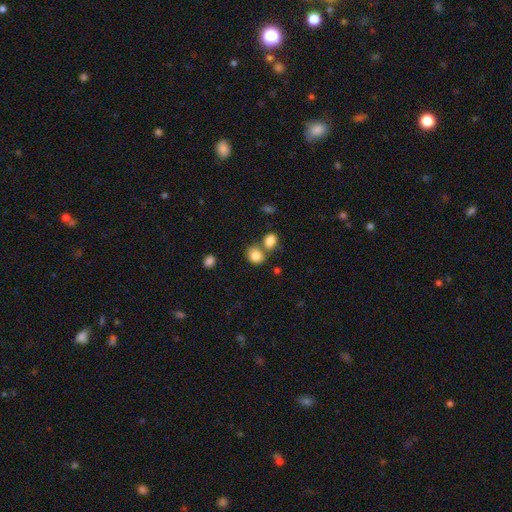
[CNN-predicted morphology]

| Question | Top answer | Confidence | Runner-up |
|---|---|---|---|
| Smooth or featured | smooth | 84% | star or artifact (10%) |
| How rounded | round | 68% | in between (31%) |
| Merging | none | 54% | merger (33%) |